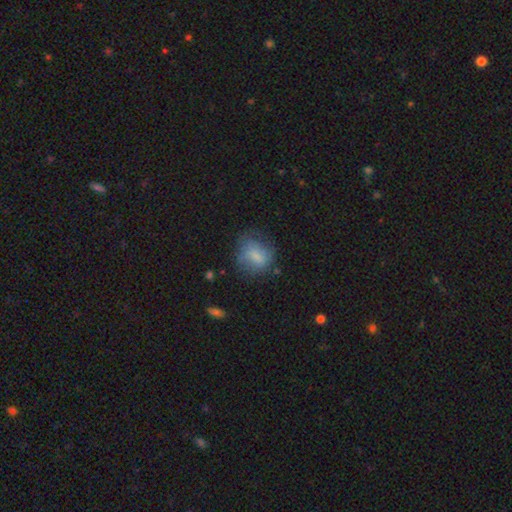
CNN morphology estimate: Q: Smooth or featured?
A: smooth (71%); runner-up: featured or disk (19%)
Q: How rounded?
A: round (55%); runner-up: in between (43%)
Q: Merging?
A: none (52%); runner-up: minor disturbance (28%)